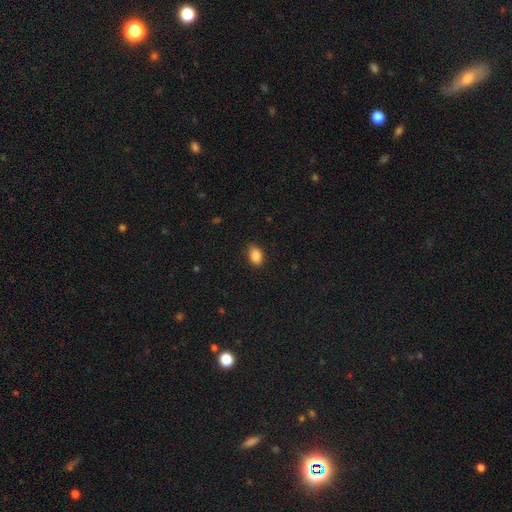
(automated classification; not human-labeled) Morphology: type=smooth (87%); roundness=in between (84%); merging=none (82%).